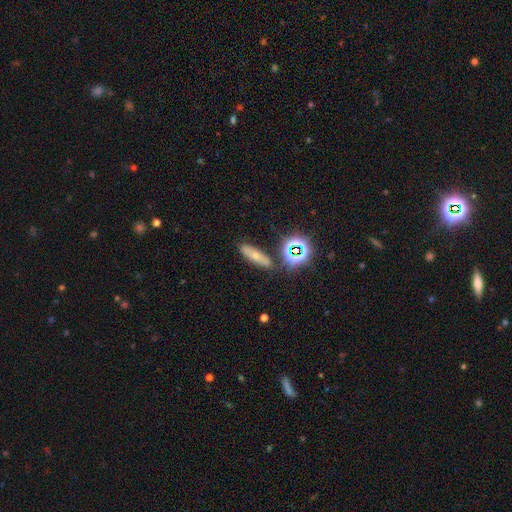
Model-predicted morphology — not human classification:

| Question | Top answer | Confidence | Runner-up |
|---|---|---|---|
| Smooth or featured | smooth | 51% | featured or disk (27%) |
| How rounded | cigar-shaped | 47% | in between (41%) |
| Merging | none | 78% | minor disturbance (12%) |